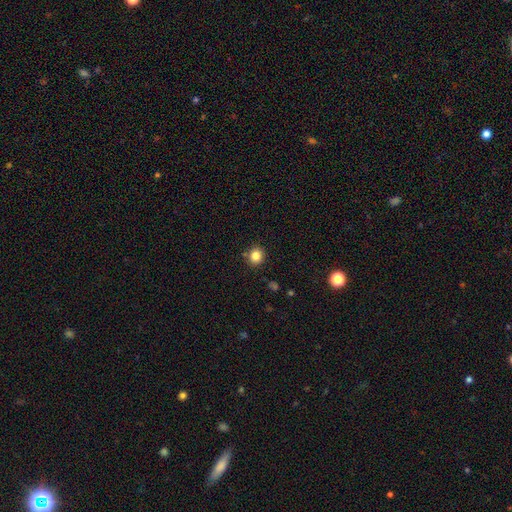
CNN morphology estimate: A smooth galaxy with no disk features (83%) that is round (85%).

Vote fractions:
- Smooth or featured? smooth: 83% / star or artifact: 12% / featured or disk: 5%
- How rounded? round: 85% / in between: 14% / cigar-shaped: 1%
- Merging? none: 86% / minor disturbance: 8% / merger: 4% / major disturbance: 2%